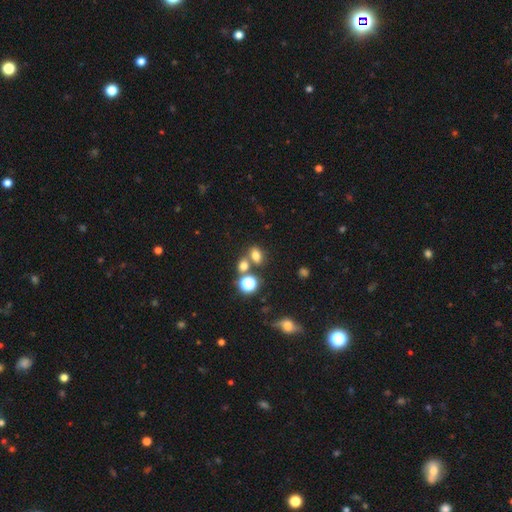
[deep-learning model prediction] smooth_or_featured: smooth (p=0.70) [alt: star or artifact p=0.20]
how_rounded: in between (p=0.66) [alt: round p=0.31]
merging: none (p=0.59) [alt: merger p=0.26]